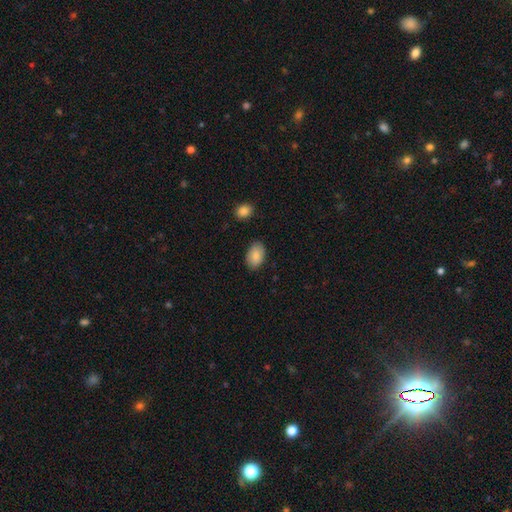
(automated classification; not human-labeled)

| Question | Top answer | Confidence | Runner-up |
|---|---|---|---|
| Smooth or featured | smooth | 86% | featured or disk (8%) |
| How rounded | in between | 90% | round (9%) |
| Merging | none | 84% | minor disturbance (12%) |